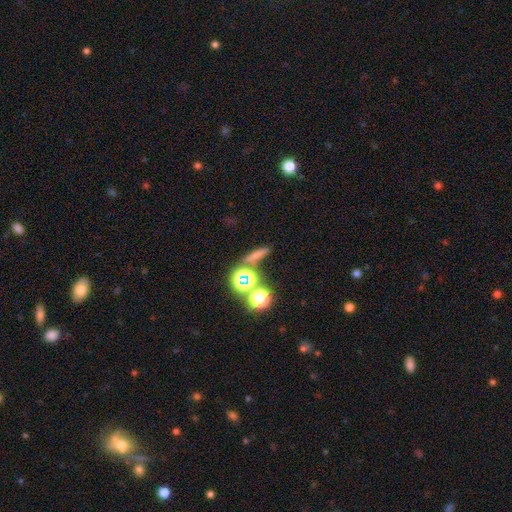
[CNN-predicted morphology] Smooth or featured? Predicted: smooth (p=0.58). How rounded? Predicted: cigar-shaped (p=0.59). Merging? Predicted: none (p=0.71).